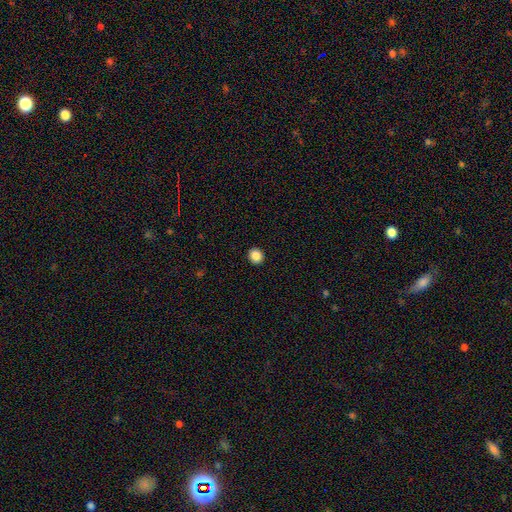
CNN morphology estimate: smooth_or_featured: smooth (p=0.88) [alt: star or artifact p=0.09]
how_rounded: round (p=0.80) [alt: in between p=0.19]
merging: none (p=0.93) [alt: minor disturbance p=0.05]